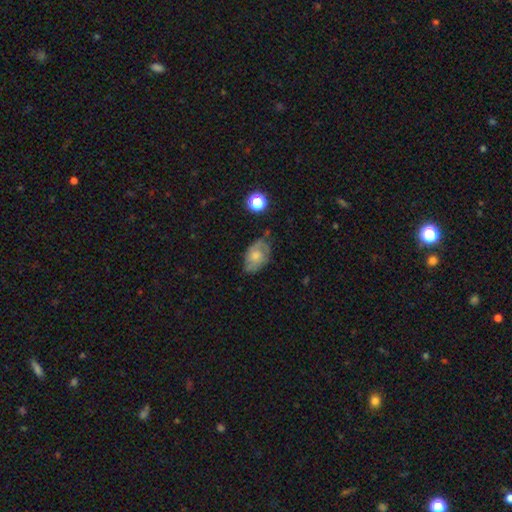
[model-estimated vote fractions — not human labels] Morphology: type=featured or disk (46%); merging=none (58%).